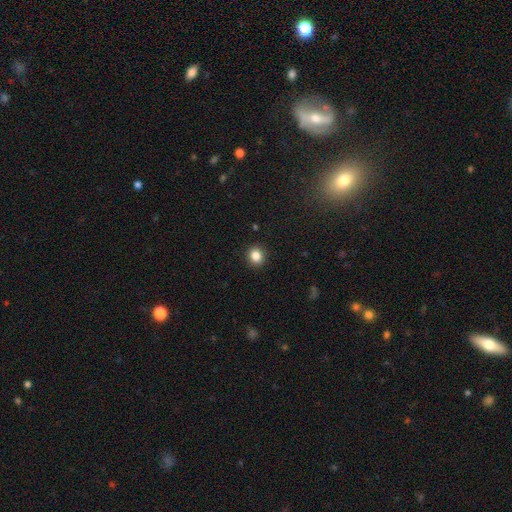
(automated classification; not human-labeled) smooth-or-featured: smooth: 85% | star or artifact: 10% | featured or disk: 4%
  how-rounded: round: 79% | in between: 20% | cigar-shaped: 1%
  merging: none: 91% | minor disturbance: 6% | major disturbance: 2% | merger: 1%